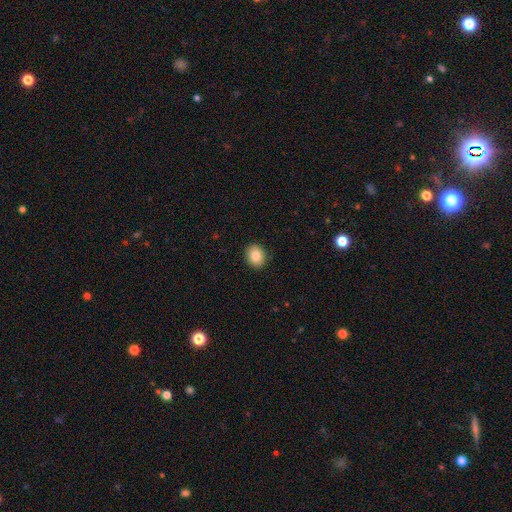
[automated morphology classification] type=smooth (84%); roundness=round (60%); merging=none (90%).